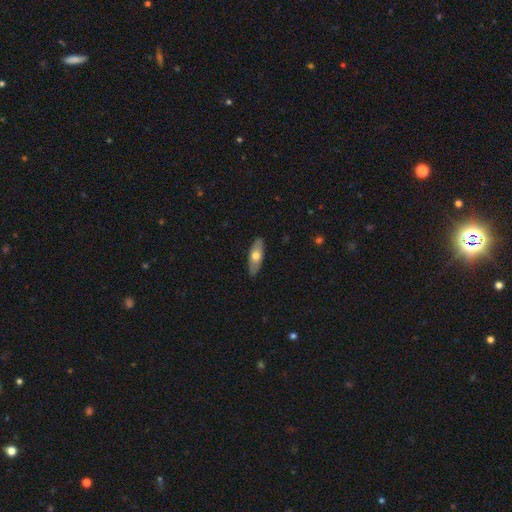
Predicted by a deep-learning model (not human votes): This appears to be a smooth galaxy with no disk features (58%) that is in between round and cigar-shaped (67%). Merging: none (88%).